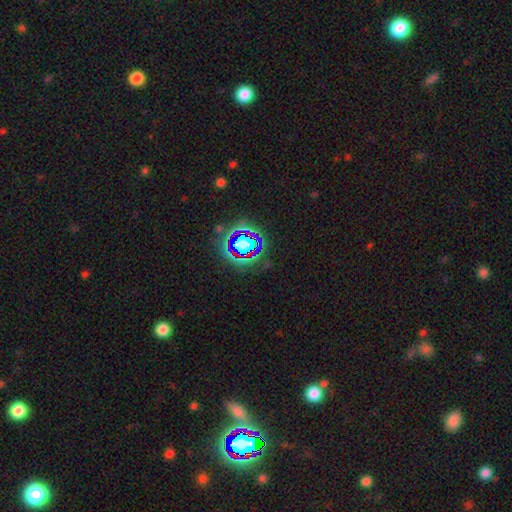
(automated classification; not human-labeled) Overall: star or artifact (79%).